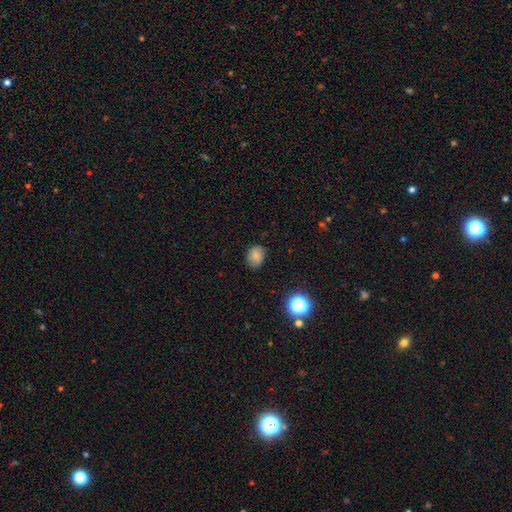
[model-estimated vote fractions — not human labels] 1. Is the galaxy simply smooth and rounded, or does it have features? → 80% smooth, 12% star or artifact, 8% featured or disk.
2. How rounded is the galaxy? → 63% in between, 36% round, 1% cigar-shaped.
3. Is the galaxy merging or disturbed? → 81% none, 15% minor disturbance, 3% major disturbance, 1% merger.